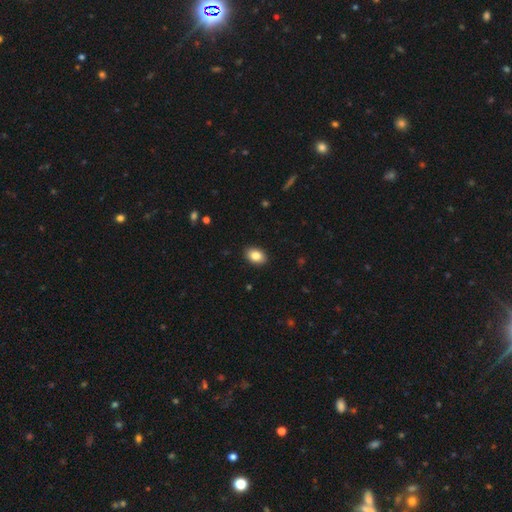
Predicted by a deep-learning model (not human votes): smooth 84%, star or artifact 8%, featured or disk 8%. Down the decision tree: how rounded — in between (83%); merging — none (90%).